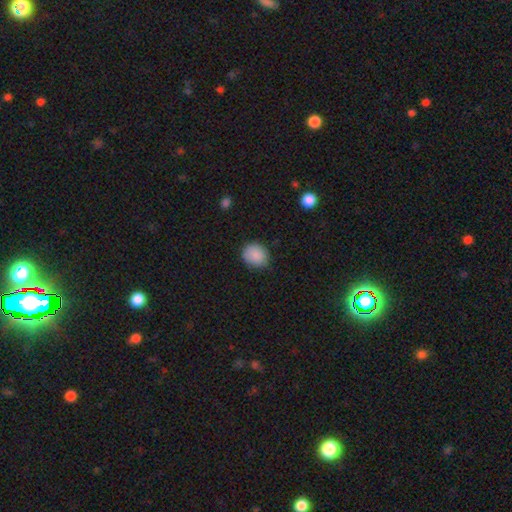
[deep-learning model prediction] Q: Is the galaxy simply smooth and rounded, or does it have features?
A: smooth — 87%.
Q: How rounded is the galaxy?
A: round — 69%.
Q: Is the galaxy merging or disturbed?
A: none — 79%.